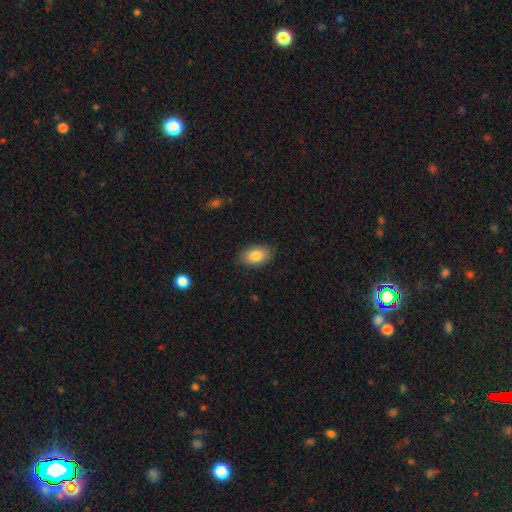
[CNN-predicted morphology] The model was most divided on "smooth or featured": smooth: 84%, featured or disk: 9%, star or artifact: 7%. More confident: how rounded — in between (90%); merging — none (87%).